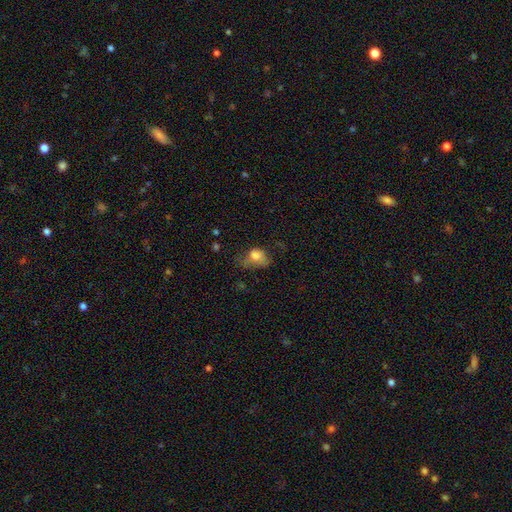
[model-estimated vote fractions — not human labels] The model was most divided on "merging": major disturbance: 39%, minor disturbance: 33%, none: 25%, merger: 3%. More confident: smooth or featured — smooth (75%); how rounded — in between (64%).